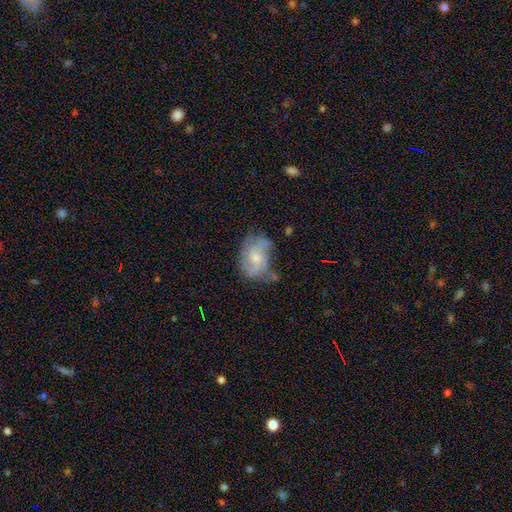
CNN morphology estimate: Q: Smooth or featured?
A: featured or disk (57%); runner-up: smooth (34%)
Q: Edge-on disk?
A: no (96%); runner-up: yes (4%)
Q: Bar?
A: no (75%); runner-up: weak (21%)
Q: Spiral arms?
A: yes (66%); runner-up: no (34%)
Q: Bulge size?
A: moderate (51%); runner-up: small (40%)
Q: Merging?
A: none (45%); runner-up: minor disturbance (31%)